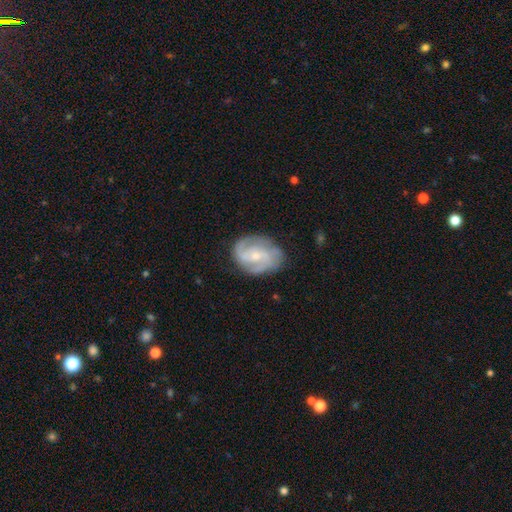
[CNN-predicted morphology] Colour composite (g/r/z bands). It shows a featured or disk galaxy (83%) with no bar (48%), 2 (51%) medium (49%) spiral arms (96%) and a small central bulge (62%). Merging: none (75%).